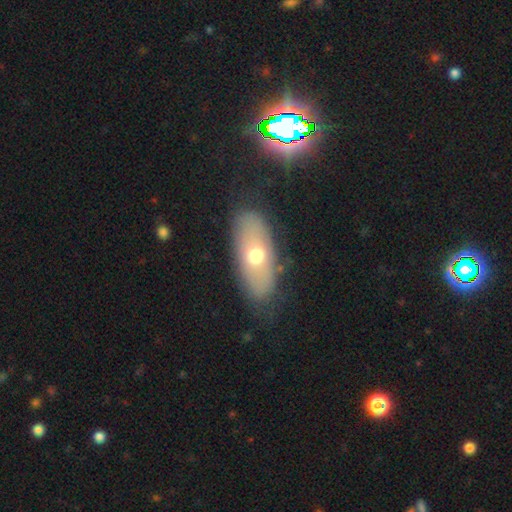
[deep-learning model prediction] The model was most divided on "smooth or featured": smooth: 59%, featured or disk: 34%, star or artifact: 8%. More confident: how rounded — in between (84%); merging — none (78%).